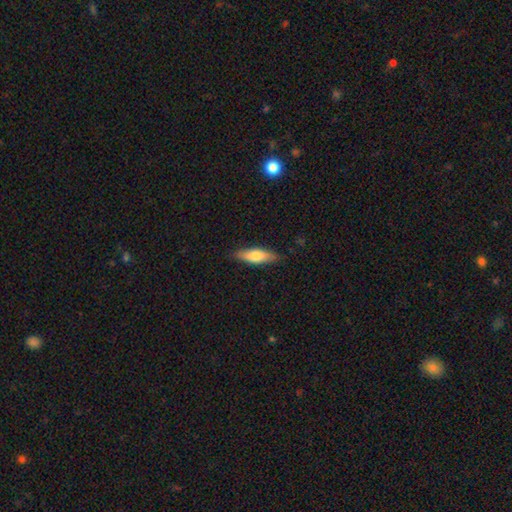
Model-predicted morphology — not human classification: smooth-or-featured: smooth: 68% | featured or disk: 26% | star or artifact: 6%
  how-rounded: cigar-shaped: 50% | in between: 48% | round: 2%
  merging: none: 86% | minor disturbance: 11% | major disturbance: 2% | merger: 1%